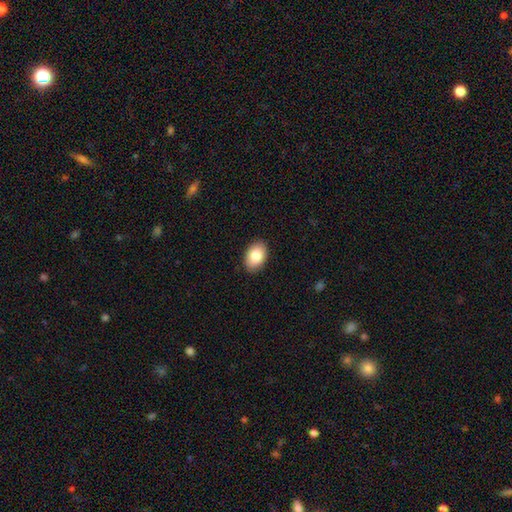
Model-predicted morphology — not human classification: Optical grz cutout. It shows a smooth galaxy with no disk features (86%) that is in between round and cigar-shaped (87%). Merging: none (89%).